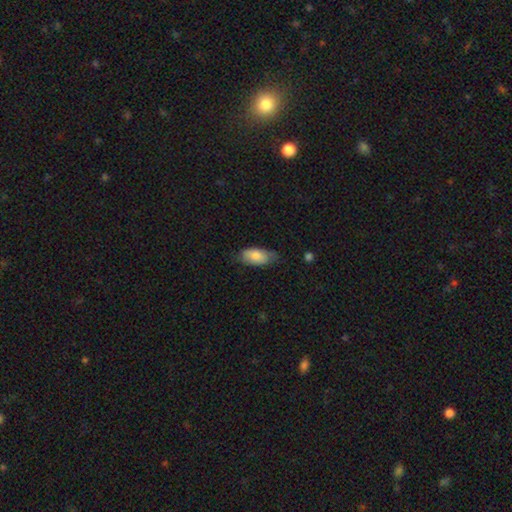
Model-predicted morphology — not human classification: type=smooth (79%); roundness=in between (91%); merging=none (62%).